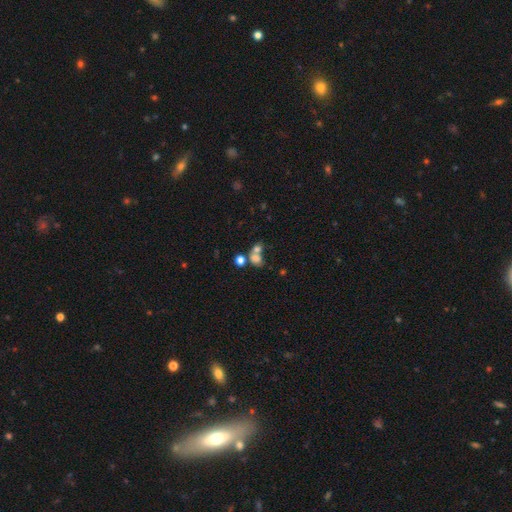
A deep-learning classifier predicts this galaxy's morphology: Overall: smooth (69%). How rounded: in between (55%; round 43%). Merging: merger (56%; none 27%).